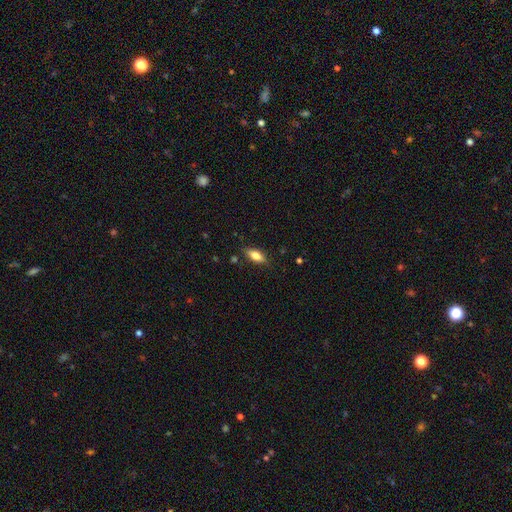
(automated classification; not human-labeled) smooth_or_featured: smooth (p=0.75) [alt: featured or disk p=0.18]
how_rounded: in between (p=0.77) [alt: cigar-shaped p=0.20]
merging: none (p=0.82) [alt: minor disturbance p=0.14]